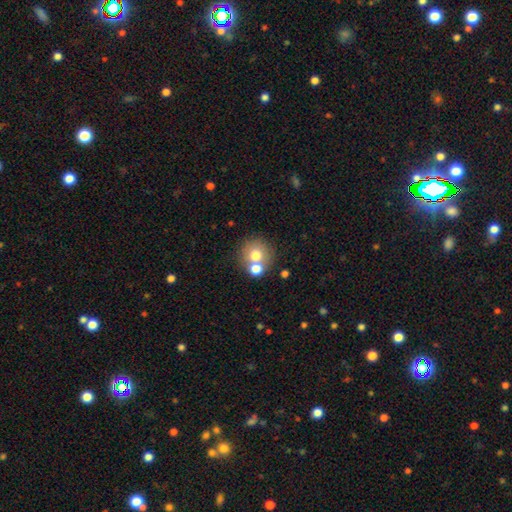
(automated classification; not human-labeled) Smooth or featured?
  - smooth: 72% *
  - featured or disk: 16%
  - star or artifact: 12%
How rounded?
  - round: 90% *
  - in between: 9%
  - cigar-shaped: 1%
Merging?
  - none: 57% *
  - merger: 31%
  - minor disturbance: 8%
  - major disturbance: 3%